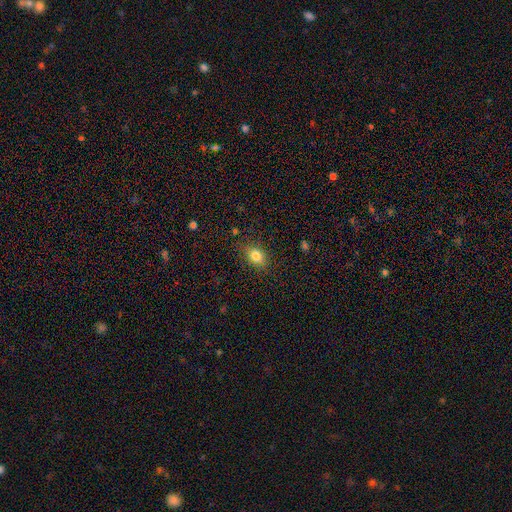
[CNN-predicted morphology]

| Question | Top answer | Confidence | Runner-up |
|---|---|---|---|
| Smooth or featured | smooth | 81% | star or artifact (11%) |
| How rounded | in between | 67% | round (31%) |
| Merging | none | 81% | minor disturbance (14%) |